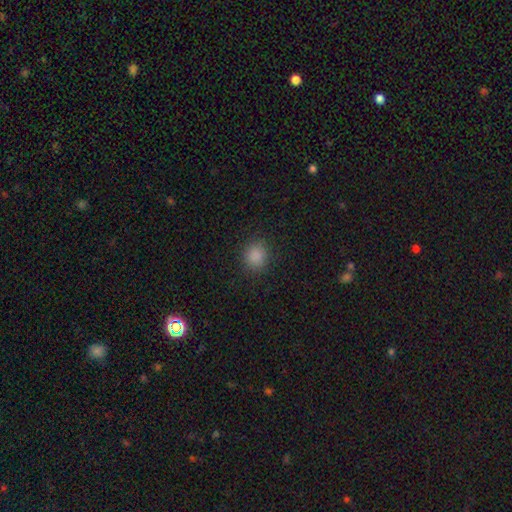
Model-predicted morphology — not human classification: This appears to be a smooth galaxy with no disk features (86%) that is round (82%). Merging: none (89%).